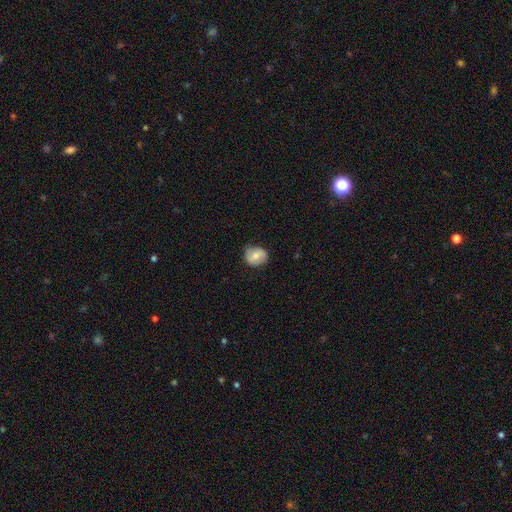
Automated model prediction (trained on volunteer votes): smooth-or-featured: smooth: 60% | featured or disk: 33% | star or artifact: 7%
  how-rounded: round: 71% | in between: 28% | cigar-shaped: 1%
  merging: none: 74% | minor disturbance: 20% | major disturbance: 4% | merger: 1%